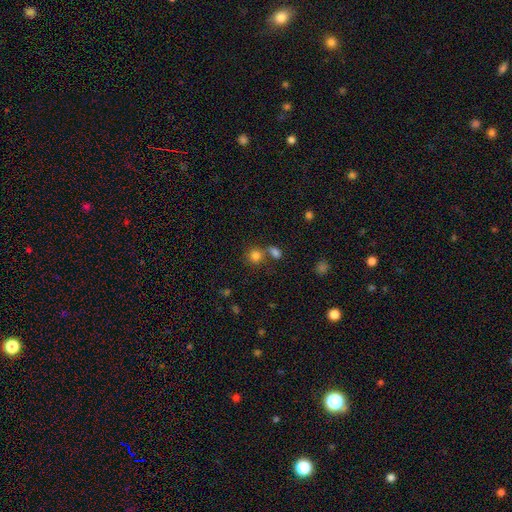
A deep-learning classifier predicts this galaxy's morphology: Smooth or featured? Predicted: smooth (p=0.81). How rounded? Predicted: round (p=0.85). Merging? Predicted: none (p=0.56).